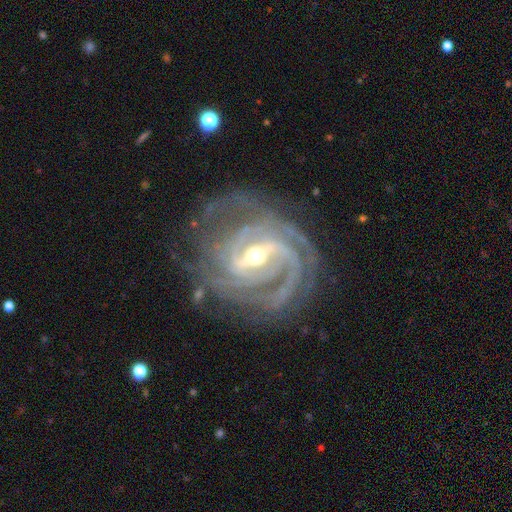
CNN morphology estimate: Smooth or featured? featured or disk (92%)
Edge-on disk? no (96%)
Bar? strong (59%)
Spiral arms? yes (98%)
Spiral winding? tight (64%)
Spiral arm count? 3 (29%)
Bulge size? moderate (50%)
Merging? none (72%)